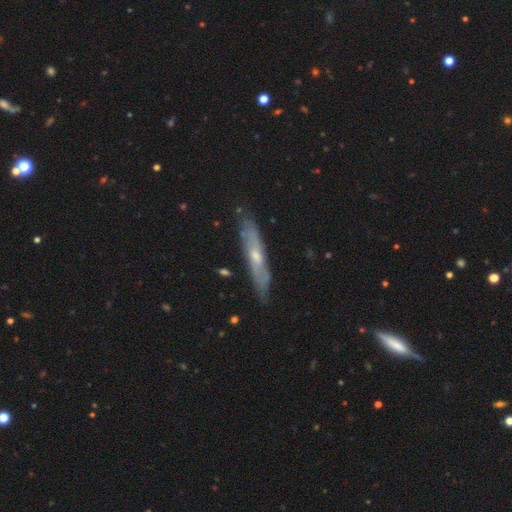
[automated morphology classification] Q: Smooth or featured?
A: featured or disk (63%); runner-up: smooth (30%)
Q: Edge-on disk?
A: yes (67%); runner-up: no (33%)
Q: Merging?
A: none (82%); runner-up: minor disturbance (14%)